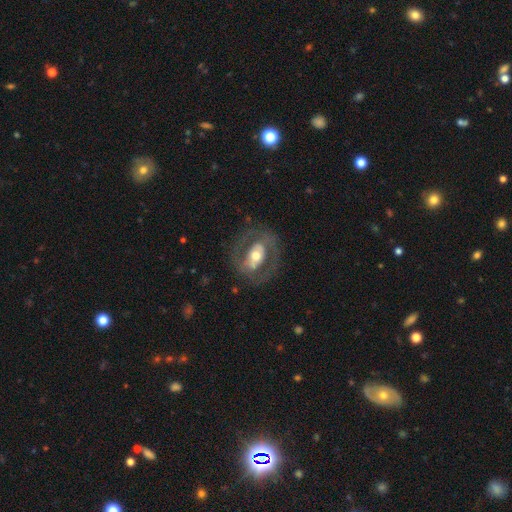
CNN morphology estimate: Smooth or featured?
  - featured or disk: 65% *
  - smooth: 30%
  - star or artifact: 6%
Edge-on disk?
  - no: 92% *
  - yes: 8%
Bar?
  - no: 44% *
  - strong: 29%
  - weak: 27%
Spiral arms?
  - no: 65% *
  - yes: 35%
Bulge size?
  - moderate: 67% *
  - large: 18%
  - small: 13%
  - dominant: 2%
  - none: 1%
Merging?
  - none: 73% *
  - minor disturbance: 14%
  - major disturbance: 12%
  - merger: 1%